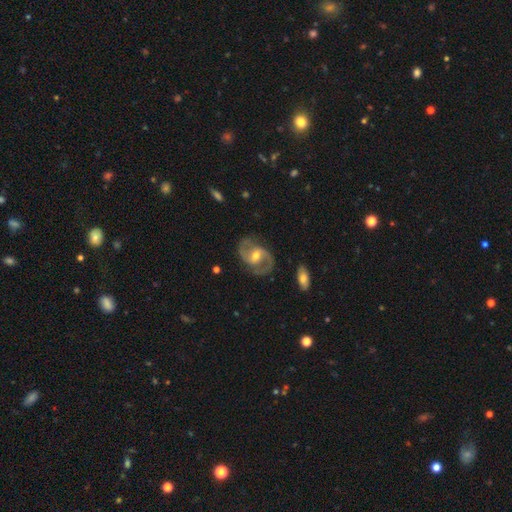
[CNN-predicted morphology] Overall: featured or disk (88%). Edge-on disk: no (97%). Bar: weak (48%; no 29%). Spiral arms: yes (96%). Spiral arm count: 2 (92%). Spiral winding: medium (58%; loose 27%). Bulge size: moderate (65%; small 29%). Merging: none (80%).